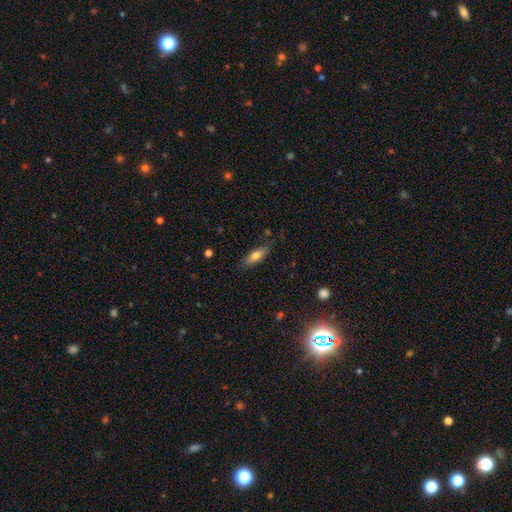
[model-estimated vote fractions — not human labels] Q: Smooth or featured?
A: smooth (72%); runner-up: featured or disk (21%)
Q: How rounded?
A: in between (62%); runner-up: cigar-shaped (36%)
Q: Merging?
A: none (78%); runner-up: minor disturbance (17%)